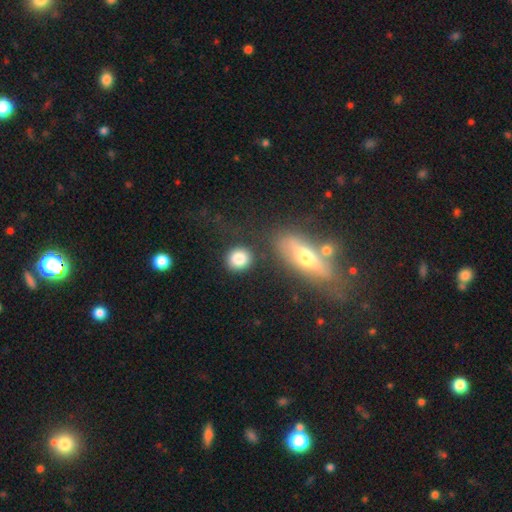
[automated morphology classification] smooth-or-featured: featured or disk: 46% | smooth: 39% | star or artifact: 15%
  merging: none: 52% | minor disturbance: 19% | major disturbance: 15% | merger: 14%